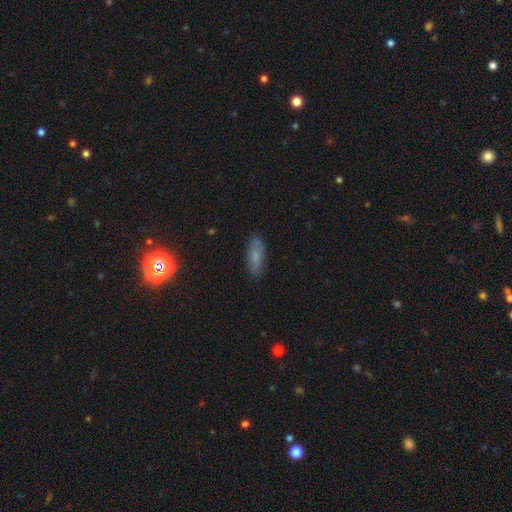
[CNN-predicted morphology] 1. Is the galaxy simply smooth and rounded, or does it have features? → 69% smooth, 19% featured or disk, 13% star or artifact.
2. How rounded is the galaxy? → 67% in between, 30% cigar-shaped, 3% round.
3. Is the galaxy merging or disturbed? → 80% none, 15% minor disturbance, 4% major disturbance, 2% merger.